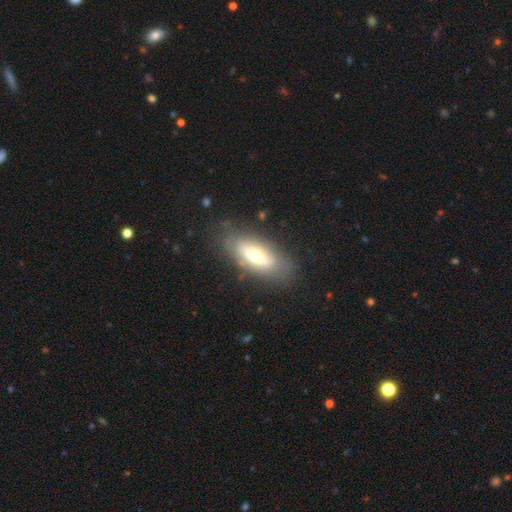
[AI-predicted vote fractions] Smooth or featured? smooth (50%)
Merging? none (76%)